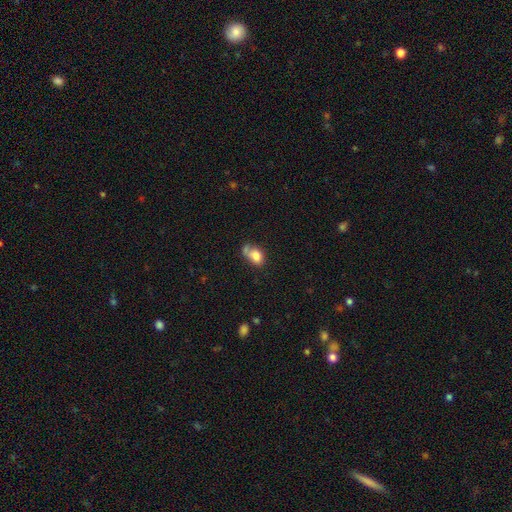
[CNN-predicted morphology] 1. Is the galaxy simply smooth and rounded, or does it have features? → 76% smooth, 14% featured or disk, 9% star or artifact.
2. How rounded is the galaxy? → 72% in between, 27% round, 2% cigar-shaped.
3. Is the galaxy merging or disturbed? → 34% none, 31% merger, 21% minor disturbance, 14% major disturbance.